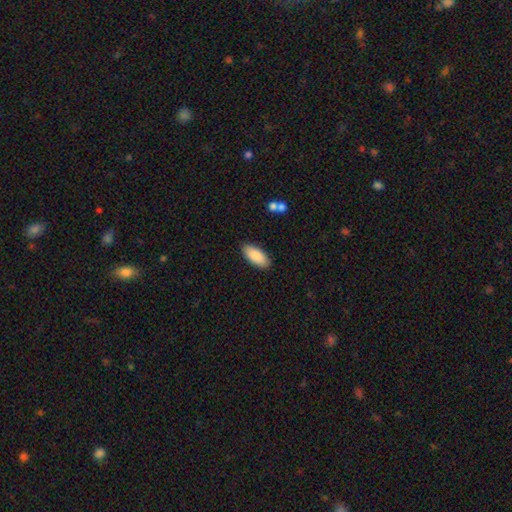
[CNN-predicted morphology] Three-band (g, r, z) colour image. It shows a smooth galaxy with no disk features (88%) that is in between round and cigar-shaped (87%). Merging: none (88%).